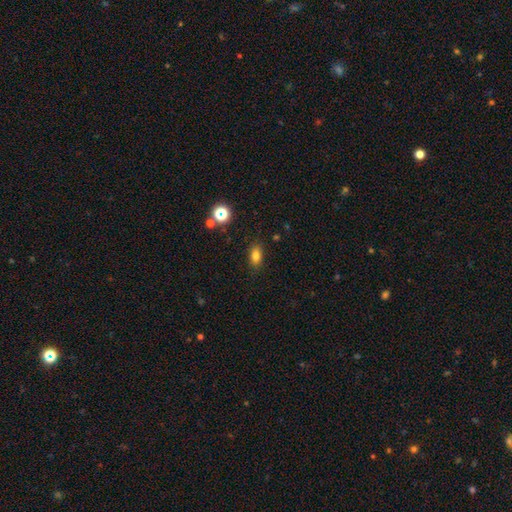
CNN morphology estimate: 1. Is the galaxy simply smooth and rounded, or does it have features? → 80% smooth, 13% star or artifact, 7% featured or disk.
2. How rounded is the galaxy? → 82% in between, 15% round, 3% cigar-shaped.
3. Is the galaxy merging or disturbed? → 85% none, 10% minor disturbance, 3% major disturbance, 2% merger.